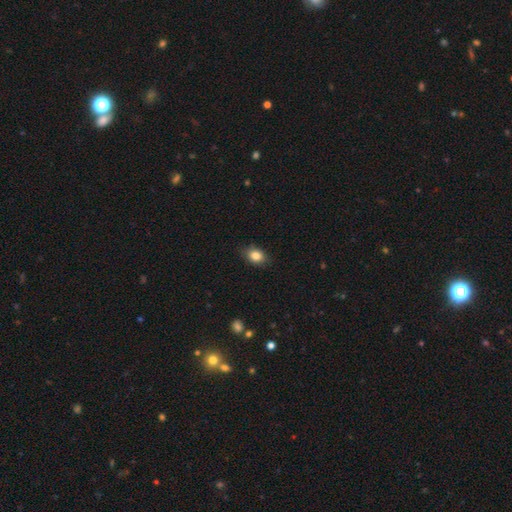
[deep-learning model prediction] Smooth or featured: smooth — 84% (star or artifact — 9%)
How rounded: in between — 69% (round — 30%)
Merging: none — 81% (minor disturbance — 15%)